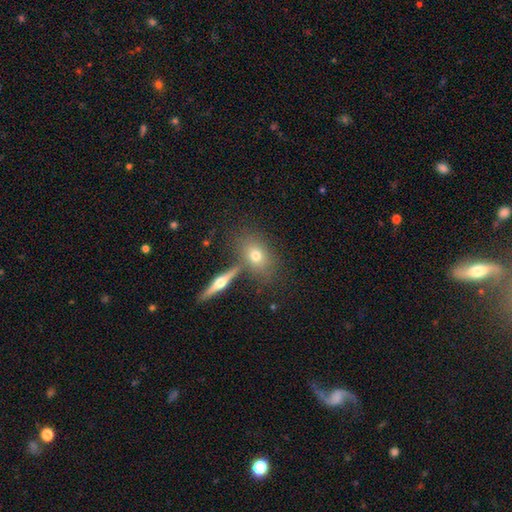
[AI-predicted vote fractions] A smooth galaxy with no disk features (64%) that is in between round and cigar-shaped (63%).

Vote fractions:
- Smooth or featured? smooth: 64% / featured or disk: 26% / star or artifact: 10%
- How rounded? in between: 63% / round: 30% / cigar-shaped: 7%
- Merging? none: 67% / merger: 18% / minor disturbance: 12% / major disturbance: 4%